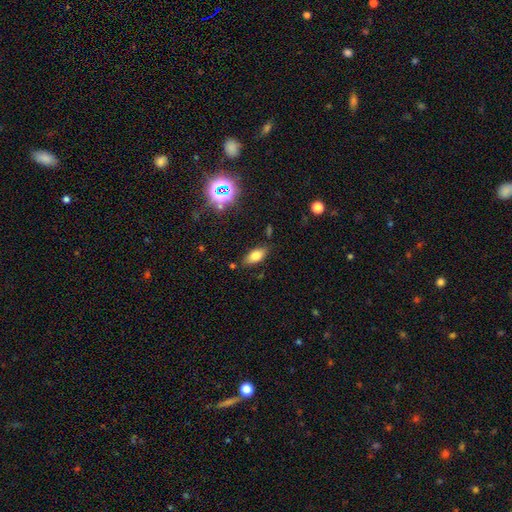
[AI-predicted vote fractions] The model was most divided on "smooth or featured": smooth: 73%, featured or disk: 14%, star or artifact: 12%. More confident: how rounded — in between (85%); merging — none (81%).